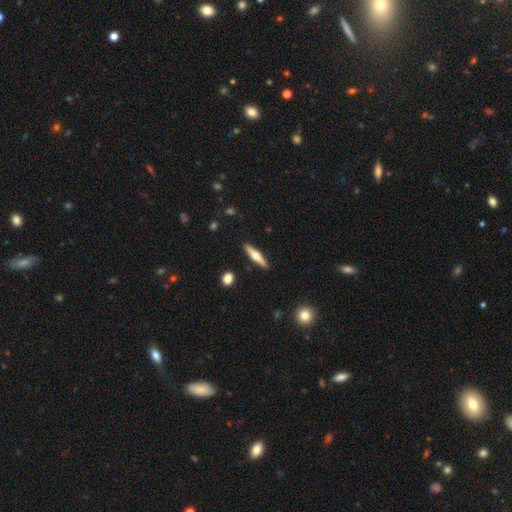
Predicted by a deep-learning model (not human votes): featured or disk 53%, smooth 41%, star or artifact 6%. Down the decision tree: edge-on disk — yes (95%); edge-on bulge — rounded (91%); merging — none (89%).